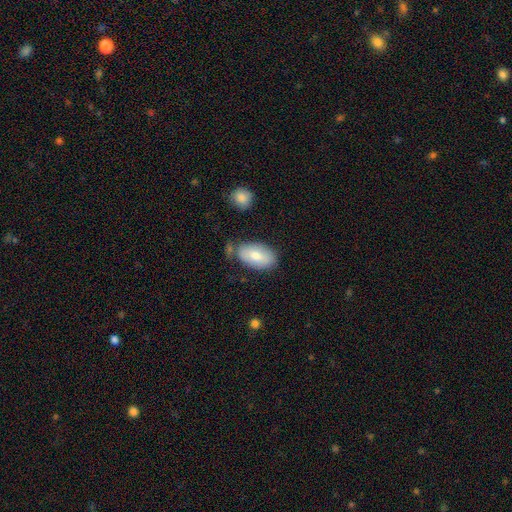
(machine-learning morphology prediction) Overall: smooth (76%). How rounded: in between (94%). Merging: none (68%).